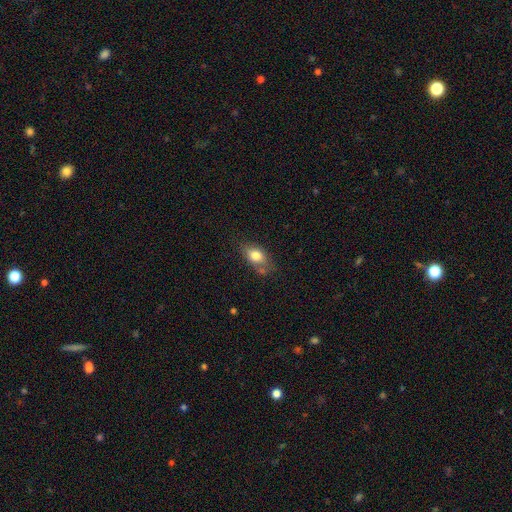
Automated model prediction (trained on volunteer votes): This is likely a smooth galaxy (77%). How rounded: clearly in between (80%). Merging: possibly none (59%).